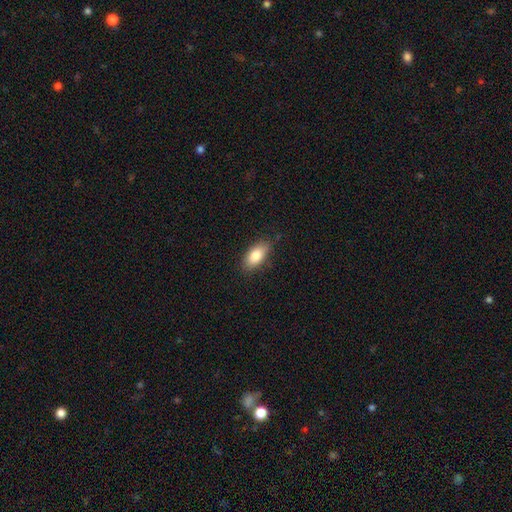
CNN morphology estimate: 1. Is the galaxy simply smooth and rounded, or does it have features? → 82% smooth, 11% featured or disk, 7% star or artifact.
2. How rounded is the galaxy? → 89% in between, 8% cigar-shaped, 3% round.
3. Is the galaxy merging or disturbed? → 82% none, 14% minor disturbance, 3% major disturbance, 1% merger.